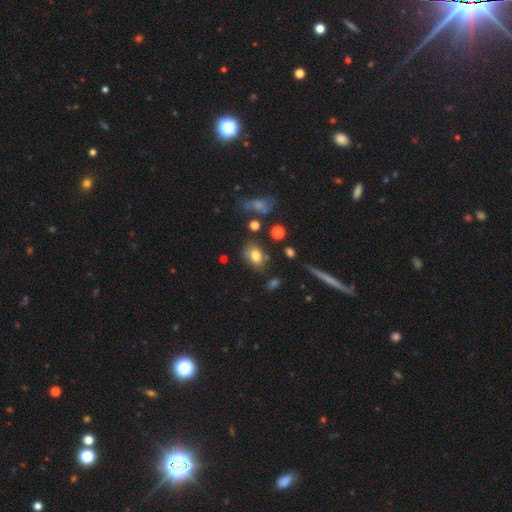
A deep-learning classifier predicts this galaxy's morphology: A smooth galaxy with no disk features (77%) that is in between round and cigar-shaped (73%).

Vote fractions:
- Smooth or featured? smooth: 77% / featured or disk: 12% / star or artifact: 11%
- How rounded? in between: 73% / round: 25% / cigar-shaped: 2%
- Merging? none: 70% / minor disturbance: 18% / major disturbance: 6% / merger: 6%